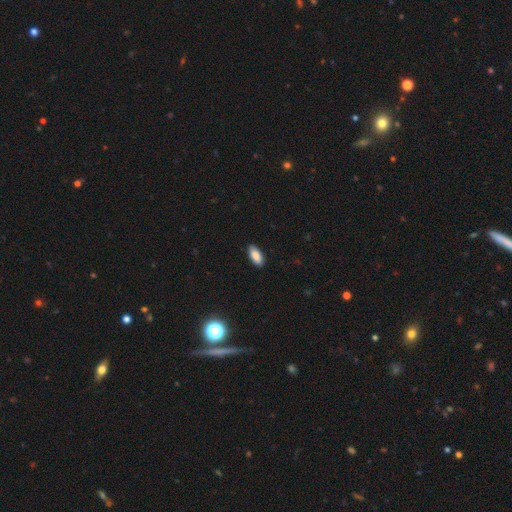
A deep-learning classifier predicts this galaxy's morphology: A smooth galaxy with no disk features (87%) that is in between round and cigar-shaped (87%). Merging: none (89%).